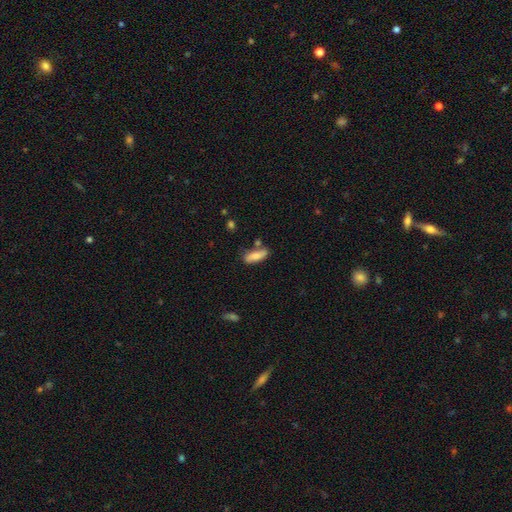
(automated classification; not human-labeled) This appears to be a smooth galaxy with no disk features (77%) that is in between round and cigar-shaped (63%). Merging: none (64%).